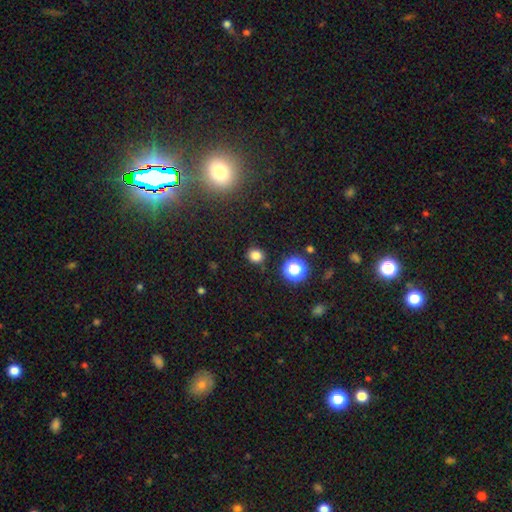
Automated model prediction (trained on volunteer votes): A smooth galaxy with no disk features (79%) that is round (80%). Merging: none (88%).